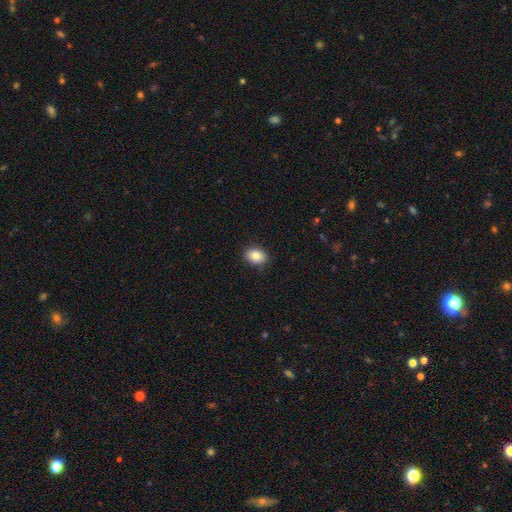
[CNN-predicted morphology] A smooth galaxy with no disk features (87%) that is in between round and cigar-shaped (70%). Merging: none (88%).